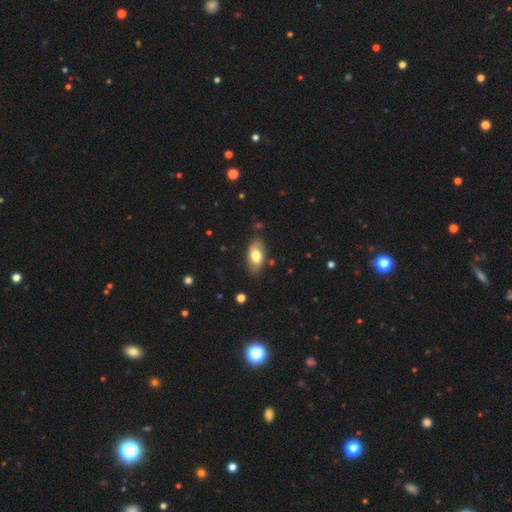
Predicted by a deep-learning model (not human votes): Smooth or featured?
  - smooth: 69% *
  - featured or disk: 25%
  - star or artifact: 6%
How rounded?
  - in between: 91% *
  - cigar-shaped: 5%
  - round: 4%
Merging?
  - none: 81% *
  - minor disturbance: 14%
  - major disturbance: 3%
  - merger: 2%